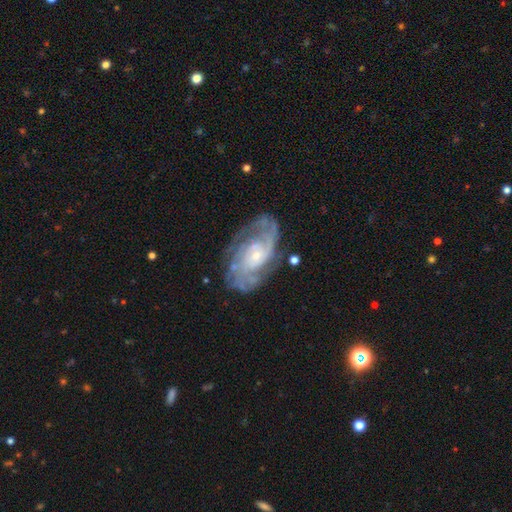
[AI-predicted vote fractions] The model was most divided on "spiral arm count": 2: 34%, can't tell: 29%, 3: 17%, 4: 9%, more than 4: 6%, 1: 6%. More confident: edge-on disk — no (96%); spiral arms — yes (95%); smooth or featured — featured or disk (86%); bulge size — small (73%); merging — none (71%); bar — no (71%); spiral winding — tight (53%).